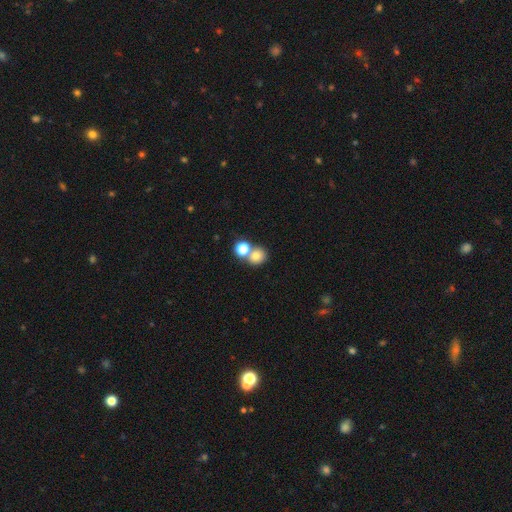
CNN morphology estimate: smooth-or-featured: smooth: 76% | star or artifact: 14% | featured or disk: 10%
  how-rounded: round: 79% | in between: 20% | cigar-shaped: 1%
  merging: none: 51% | merger: 39% | minor disturbance: 7% | major disturbance: 3%